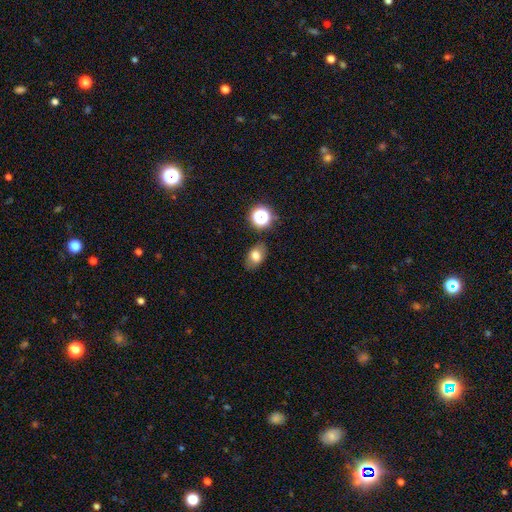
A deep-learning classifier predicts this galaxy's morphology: A smooth galaxy with no disk features (75%) that is in between round and cigar-shaped (79%). Merging: none (81%).